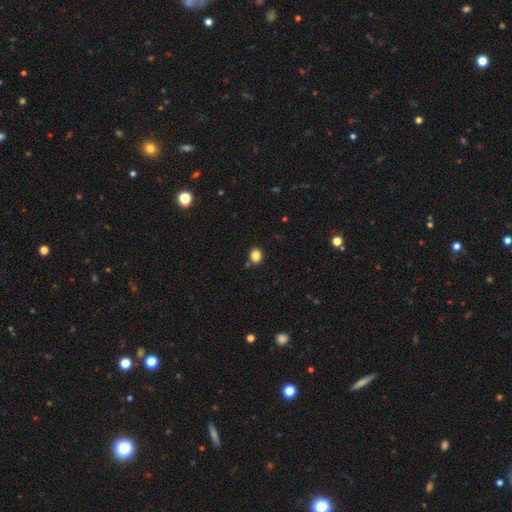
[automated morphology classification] smooth-or-featured: smooth: 84% | star or artifact: 11% | featured or disk: 4%
  how-rounded: round: 72% | in between: 27% | cigar-shaped: 1%
  merging: none: 85% | minor disturbance: 9% | merger: 5% | major disturbance: 2%